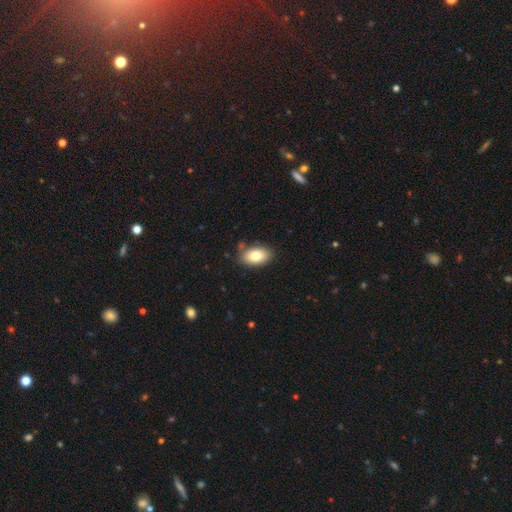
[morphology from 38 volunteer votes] This appears to be a smooth galaxy with no disk features (87%) that is in between round and cigar-shaped (100%). Merging: none (95%).